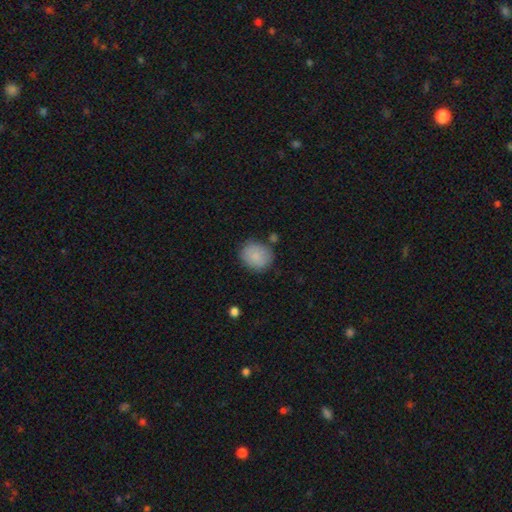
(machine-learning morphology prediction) This appears to be a smooth galaxy with no disk features (86%) that is round (60%). Merging: none (74%).